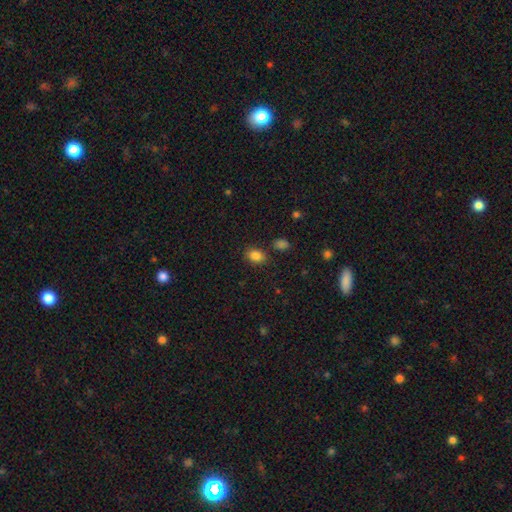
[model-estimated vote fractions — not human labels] The model was most divided on "how rounded": in between: 77%, round: 22%, cigar-shaped: 1%. More confident: smooth or featured — smooth (85%); merging — none (79%).